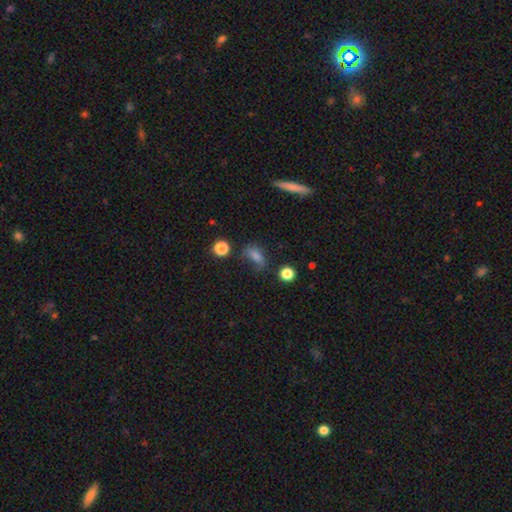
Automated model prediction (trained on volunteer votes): smooth_or_featured: smooth (p=0.67) [alt: star or artifact p=0.17]
how_rounded: in between (p=0.69) [alt: round p=0.17]
merging: none (p=0.51) [alt: minor disturbance p=0.28]